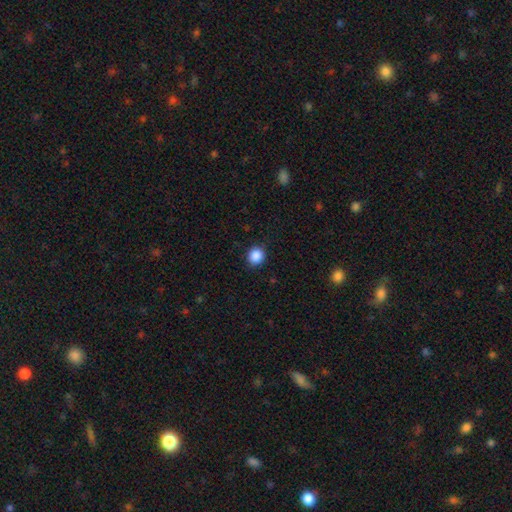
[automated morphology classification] Smooth or featured? smooth (87%)
How rounded? round (85%)
Merging? none (90%)